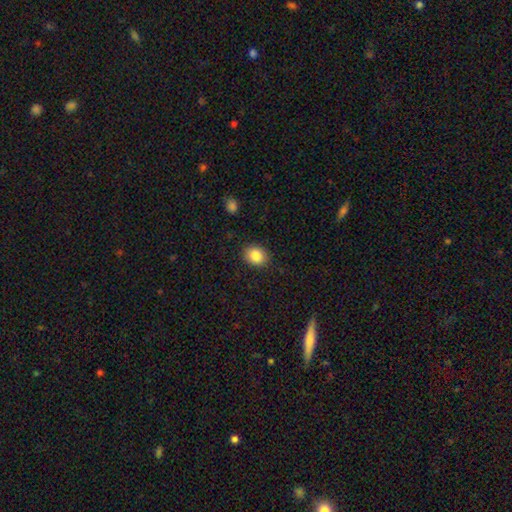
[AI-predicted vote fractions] Smooth or featured: smooth — 86% (star or artifact — 9%)
How rounded: in between — 51% (round — 48%)
Merging: none — 87% (minor disturbance — 9%)